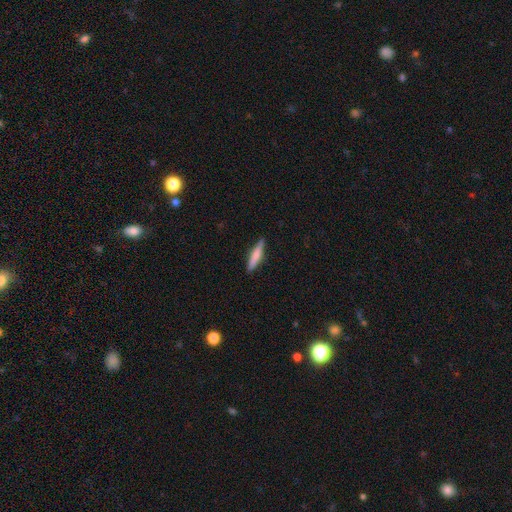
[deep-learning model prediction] This is likely a smooth galaxy (67%). How rounded: clearly cigar-shaped (88%). Merging: clearly none (88%).